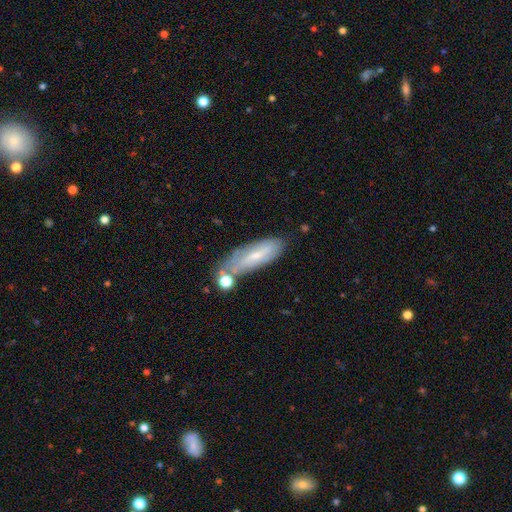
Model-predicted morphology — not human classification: Smooth or featured? featured or disk (49%)
Merging? none (57%)